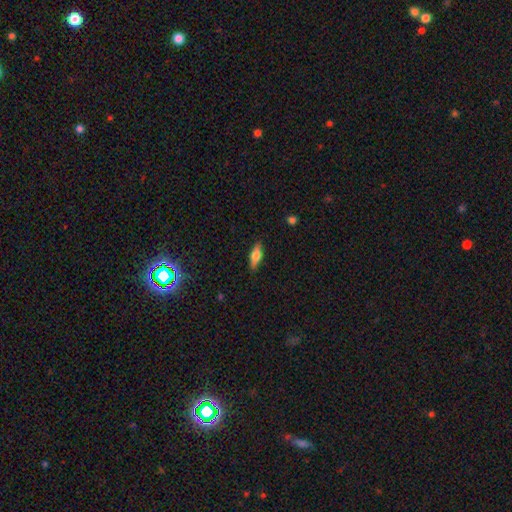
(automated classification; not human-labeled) A smooth galaxy with no disk features (58%) that is in between round and cigar-shaped (59%).

Vote fractions:
- Smooth or featured? smooth: 58% / featured or disk: 34% / star or artifact: 7%
- How rounded? in between: 59% / cigar-shaped: 38% / round: 3%
- Merging? none: 87% / minor disturbance: 10% / major disturbance: 2% / merger: 1%